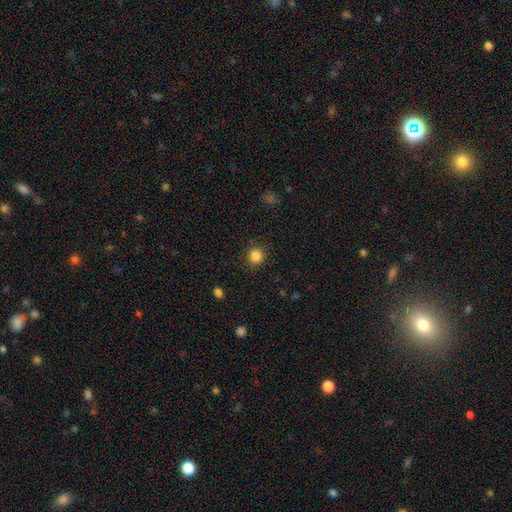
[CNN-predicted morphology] smooth 86%, star or artifact 11%, featured or disk 3%. Down the decision tree: how rounded — round (90%); merging — none (89%).